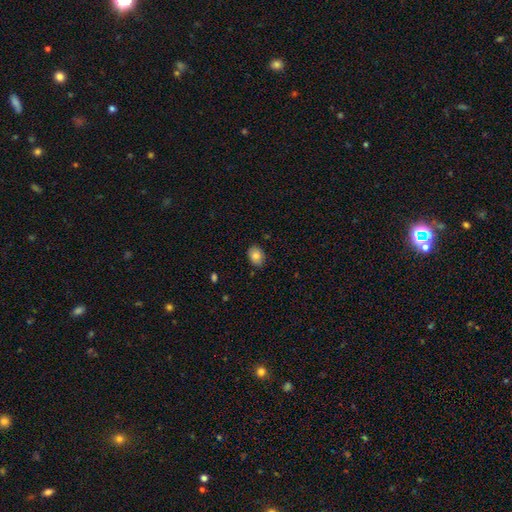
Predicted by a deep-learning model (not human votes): Q: Smooth or featured?
A: smooth (82%); runner-up: featured or disk (10%)
Q: How rounded?
A: in between (66%); runner-up: round (33%)
Q: Merging?
A: none (85%); runner-up: minor disturbance (12%)